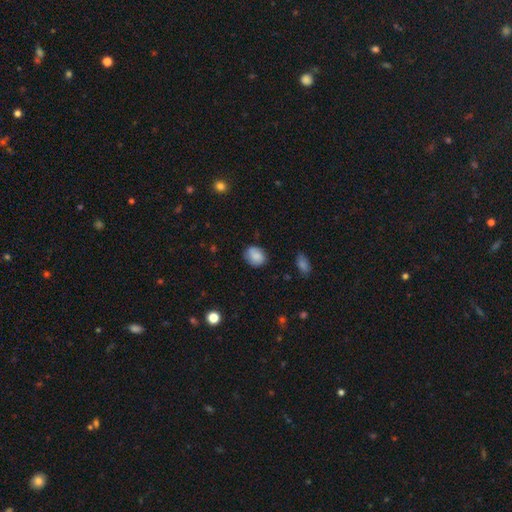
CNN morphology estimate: Smooth or featured?
  - smooth: 83% *
  - featured or disk: 9%
  - star or artifact: 8%
How rounded?
  - in between: 52% *
  - round: 47%
  - cigar-shaped: 1%
Merging?
  - none: 75% *
  - minor disturbance: 19%
  - major disturbance: 4%
  - merger: 2%